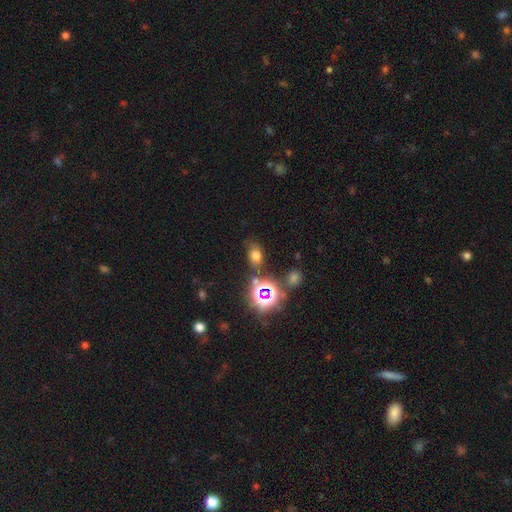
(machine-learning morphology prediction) smooth 61%, star or artifact 29%, featured or disk 10%. Down the decision tree: how rounded — in between (73%); merging — none (67%).